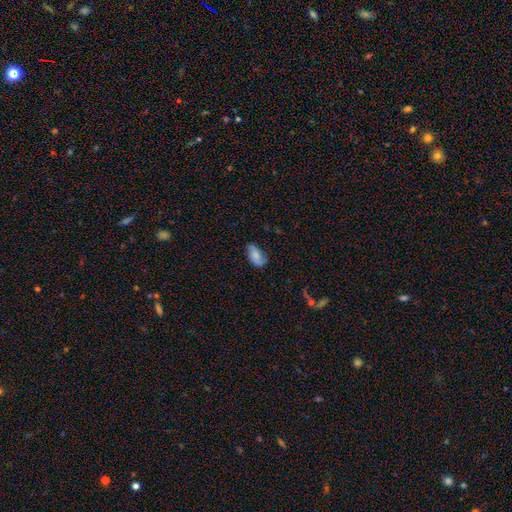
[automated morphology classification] smooth_or_featured: smooth (p=0.70) [alt: featured or disk p=0.22]
how_rounded: in between (p=0.92) [alt: round p=0.05]
merging: none (p=0.66) [alt: minor disturbance p=0.26]